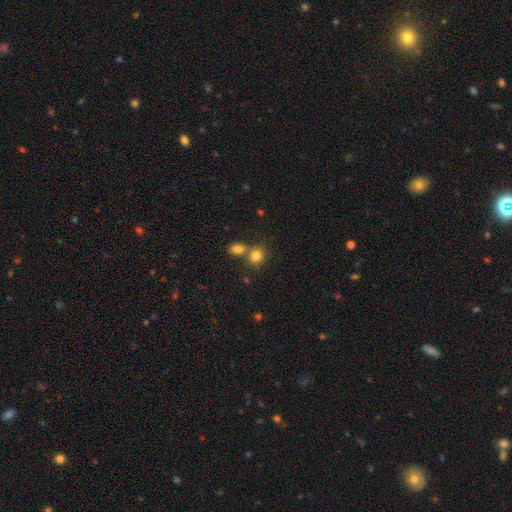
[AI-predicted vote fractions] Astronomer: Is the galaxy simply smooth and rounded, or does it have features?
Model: smooth — 82%.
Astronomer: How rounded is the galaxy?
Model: round — 66%.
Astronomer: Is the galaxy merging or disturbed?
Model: none — 53% (runner-up: merger, 35%).